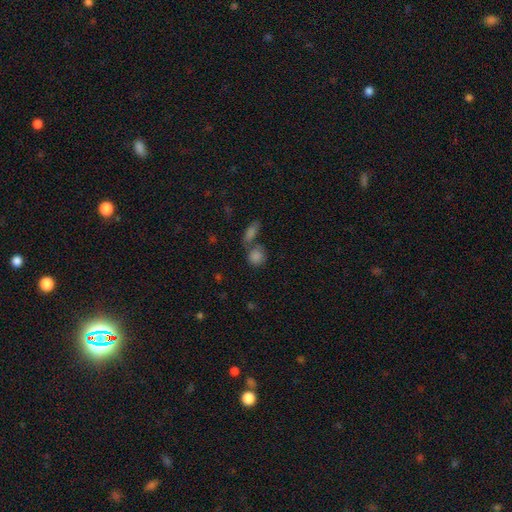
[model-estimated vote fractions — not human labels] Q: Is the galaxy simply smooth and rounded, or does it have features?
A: smooth — 78%.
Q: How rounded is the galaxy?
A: round — 68%.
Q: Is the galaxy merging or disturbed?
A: none — 47%.